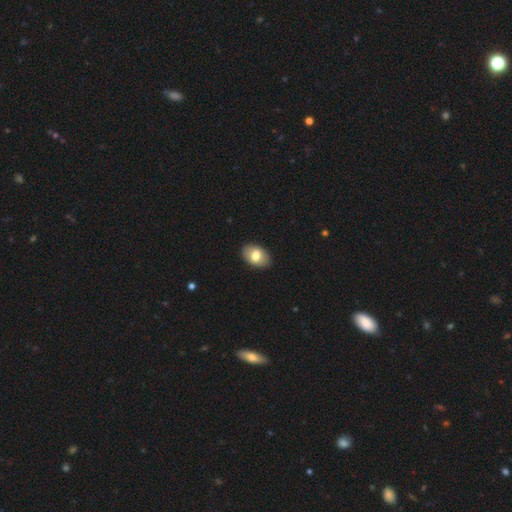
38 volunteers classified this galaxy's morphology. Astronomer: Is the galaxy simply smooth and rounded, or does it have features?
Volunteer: smooth — 84%.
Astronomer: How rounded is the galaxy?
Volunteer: in between — 97%.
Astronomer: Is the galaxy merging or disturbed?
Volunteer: none — 97%.